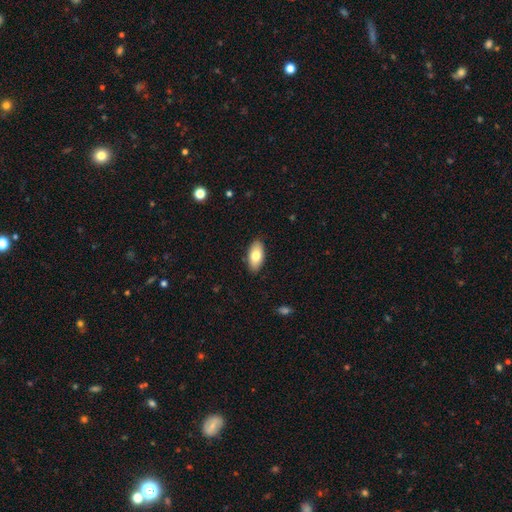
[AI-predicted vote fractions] The model was most divided on "smooth or featured": smooth: 77%, featured or disk: 17%, star or artifact: 6%. More confident: how rounded — in between (92%); merging — none (88%).